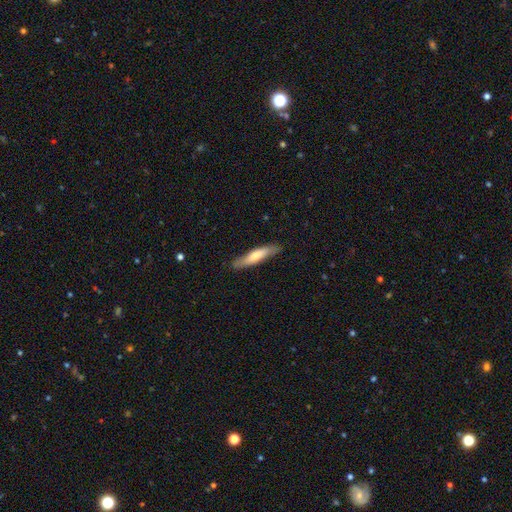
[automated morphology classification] smooth 62%, featured or disk 33%, star or artifact 5%. Down the decision tree: how rounded — cigar-shaped (85%); merging — none (85%).